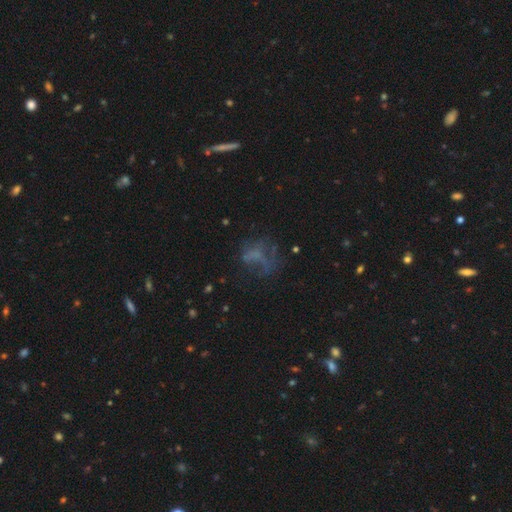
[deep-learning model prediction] smooth_or_featured: featured or disk (p=0.39) [alt: smooth p=0.36]
merging: major disturbance (p=0.40) [alt: none p=0.37]